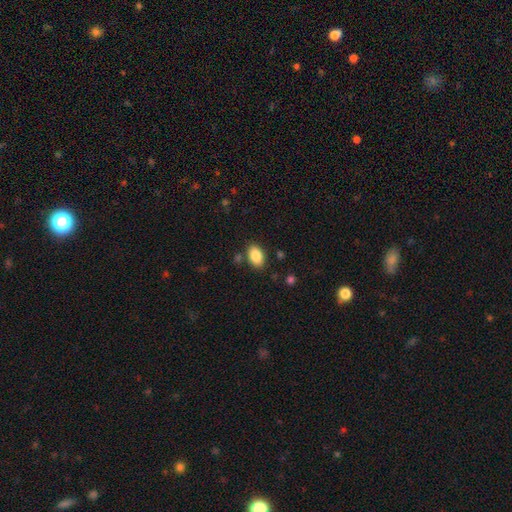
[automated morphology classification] Overall: smooth (87%). How rounded: in between (89%). Merging: none (82%).